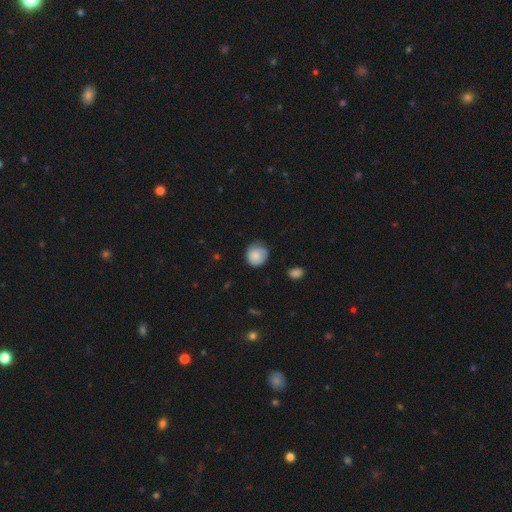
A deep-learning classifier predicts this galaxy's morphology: This is likely a smooth galaxy (79%). How rounded: clearly round (82%). Merging: possibly none (59%).